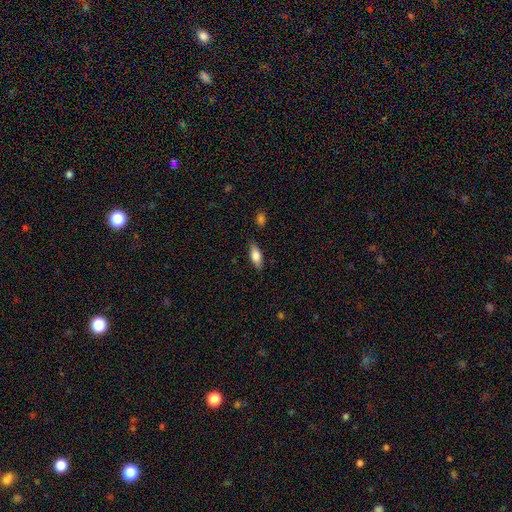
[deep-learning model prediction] smooth_or_featured: smooth (p=0.78) [alt: featured or disk p=0.15]
how_rounded: in between (p=0.79) [alt: cigar-shaped p=0.18]
merging: none (p=0.81) [alt: minor disturbance p=0.14]